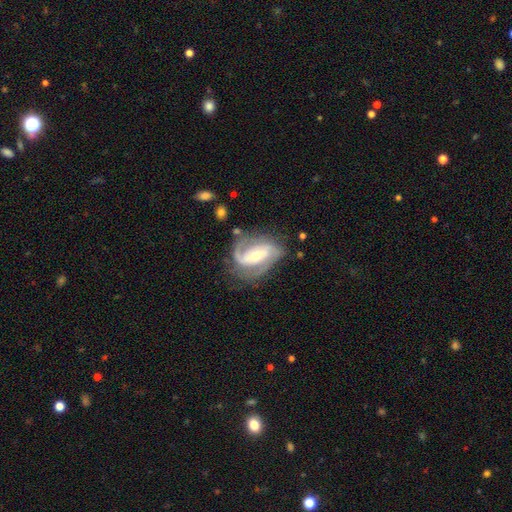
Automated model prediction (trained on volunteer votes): This is clearly a featured or disk galaxy (90%). It is clearly not viewed edge-on (97%). Bar: marginally weak (39%). Spiral arm pattern: clearly yes (97%). Spiral arm count: likely 2 (63%). Spiral winding: possibly medium (48%). Central bulge: possibly moderate (54%). Merging: likely none (66%).